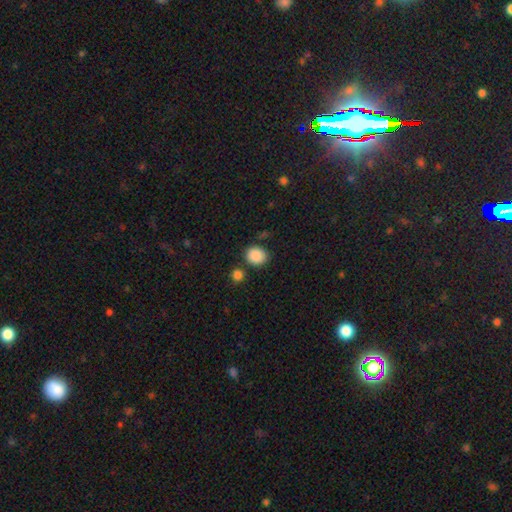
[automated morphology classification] smooth-or-featured: smooth: 88% | star or artifact: 9% | featured or disk: 4%
  how-rounded: round: 68% | in between: 31% | cigar-shaped: 1%
  merging: none: 77% | minor disturbance: 11% | merger: 8% | major disturbance: 3%